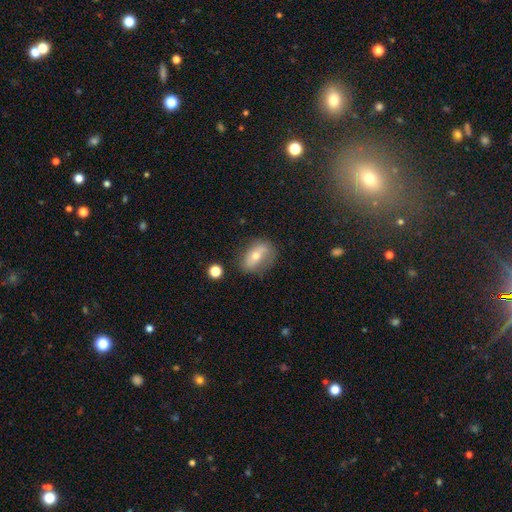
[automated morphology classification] type=smooth (48%); merging=none (70%).